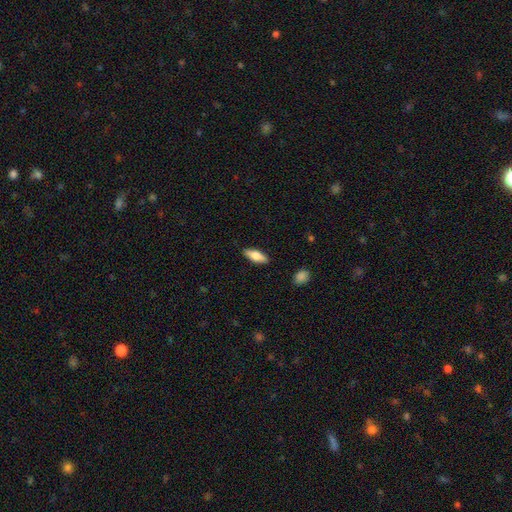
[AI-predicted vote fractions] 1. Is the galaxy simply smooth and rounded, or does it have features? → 71% smooth, 23% featured or disk, 6% star or artifact.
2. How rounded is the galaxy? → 69% in between, 29% cigar-shaped, 2% round.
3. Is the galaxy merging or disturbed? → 87% none, 10% minor disturbance, 2% major disturbance, 1% merger.